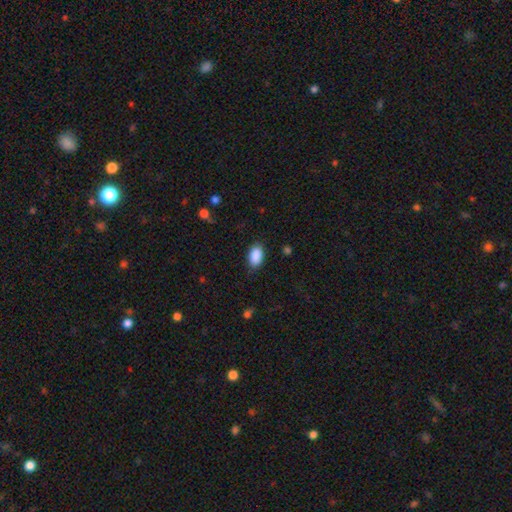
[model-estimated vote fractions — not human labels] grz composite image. It shows a smooth galaxy with no disk features (90%) that is in between round and cigar-shaped (93%). Merging: none (83%).